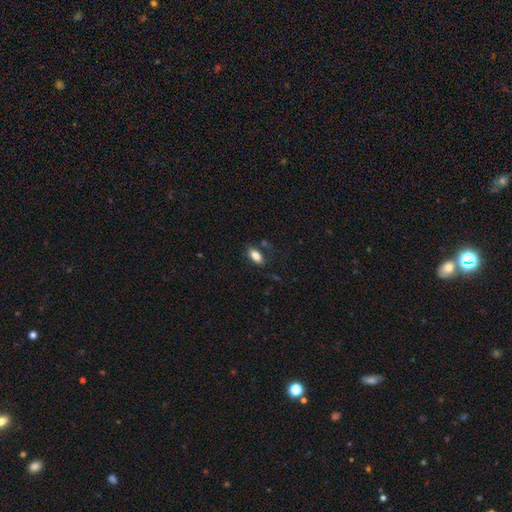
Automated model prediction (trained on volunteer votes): Overall: smooth (84%). How rounded: in between (90%). Merging: none (77%).